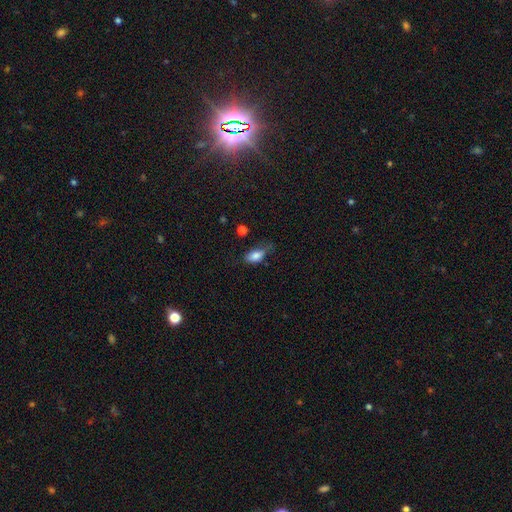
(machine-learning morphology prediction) Overall: smooth (82%). How rounded: in between (88%). Merging: none (54%; minor disturbance 32%).